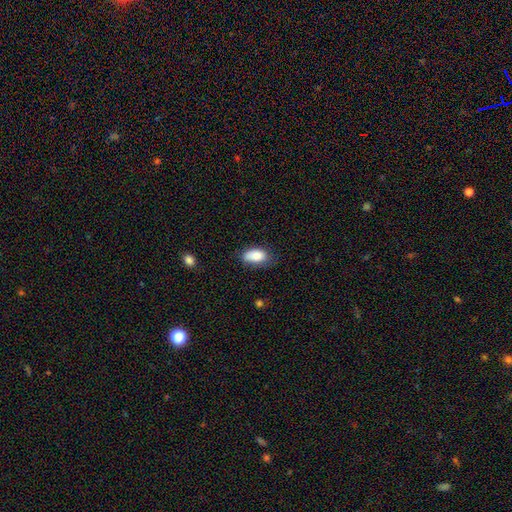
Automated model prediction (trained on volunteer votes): A smooth galaxy with no disk features (85%) that is in between round and cigar-shaped (93%). Merging: none (63%).